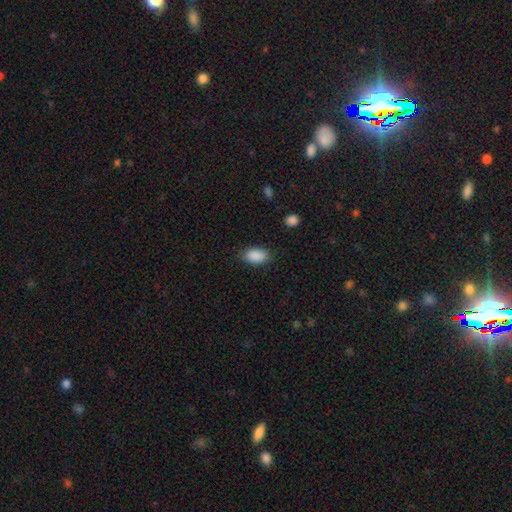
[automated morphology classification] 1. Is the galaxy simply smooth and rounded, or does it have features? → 90% smooth, 8% star or artifact, 3% featured or disk.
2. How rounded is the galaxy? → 91% in between, 7% round, 2% cigar-shaped.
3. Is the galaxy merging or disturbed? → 83% none, 12% minor disturbance, 3% major disturbance, 1% merger.